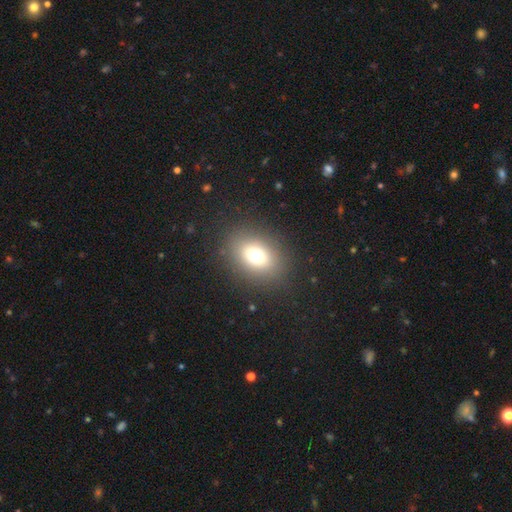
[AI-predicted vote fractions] Smooth or featured? Predicted: smooth (p=0.72). How rounded? Predicted: in between (p=0.60). Merging? Predicted: none (p=0.85).